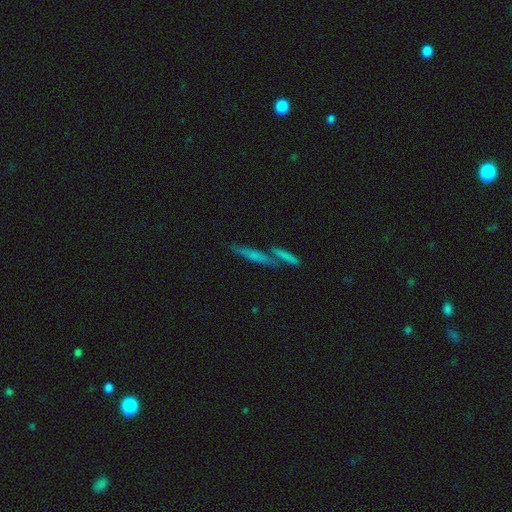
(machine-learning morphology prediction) Q: Smooth or featured?
A: smooth (47%); runner-up: featured or disk (37%)
Q: Merging?
A: none (50%); runner-up: merger (36%)